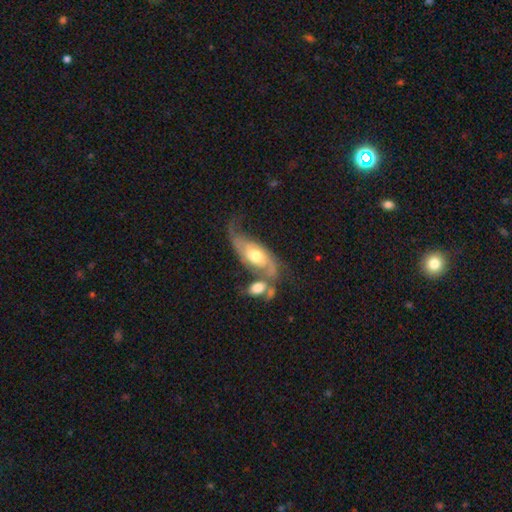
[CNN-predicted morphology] The model was most divided on "spiral winding": loose: 41%, medium: 37%, tight: 22%. Remaining: spiral arms — yes (91%); edge-on disk — no (90%); spiral arm count — 2 (78%); smooth or featured — featured or disk (76%); bulge size — moderate (70%); bar — no (66%); merging — merger (35%).